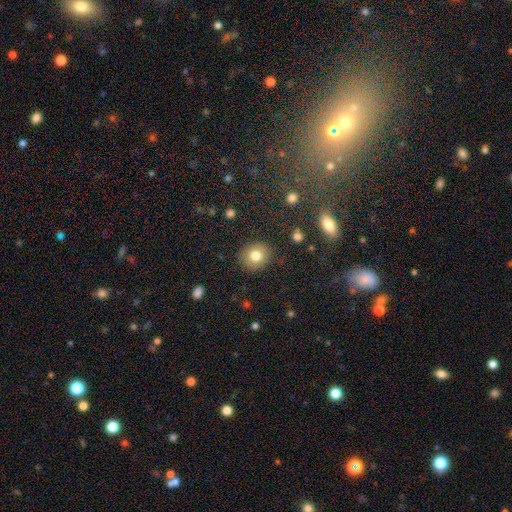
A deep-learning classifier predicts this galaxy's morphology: Q: Smooth or featured?
A: smooth (80%); runner-up: star or artifact (10%)
Q: How rounded?
A: round (81%); runner-up: in between (18%)
Q: Merging?
A: none (89%); runner-up: minor disturbance (8%)